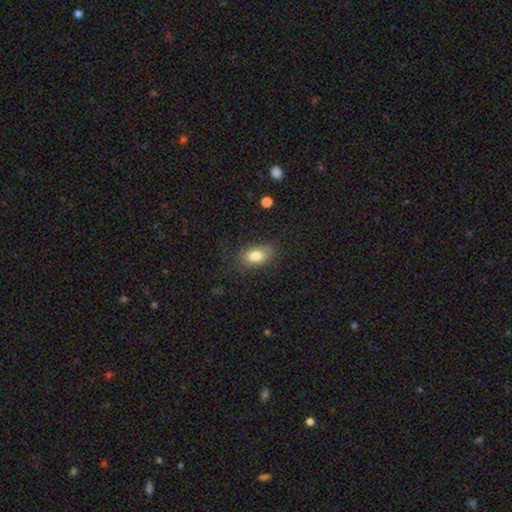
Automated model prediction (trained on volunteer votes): A smooth galaxy with no disk features (80%) that is in between round and cigar-shaped (85%). Merging: none (77%).